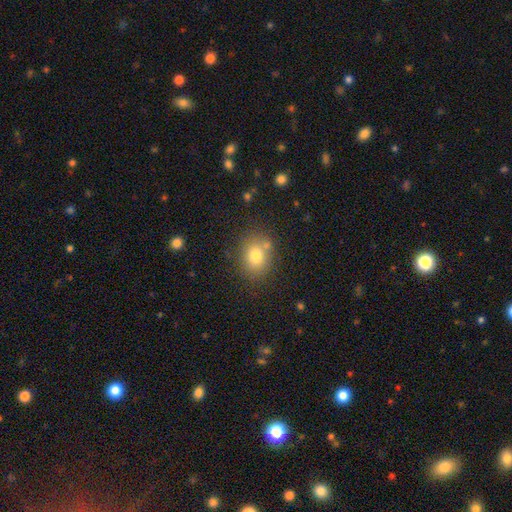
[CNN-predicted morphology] The model was most divided on "how rounded": round: 57%, in between: 42%, cigar-shaped: 1%. More confident: smooth or featured — smooth (76%); merging — none (75%).